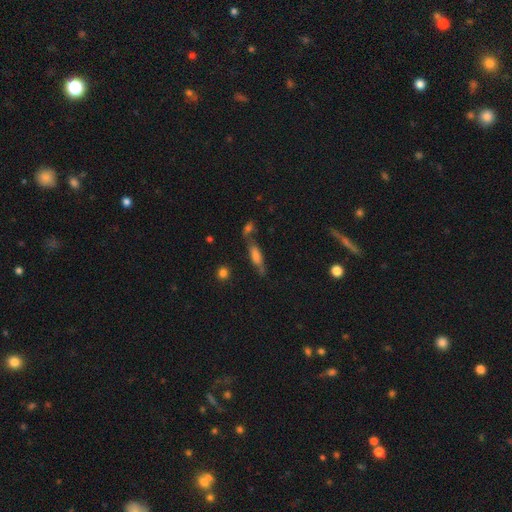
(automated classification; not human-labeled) This appears to be a smooth galaxy with no disk features (61%) that is cigar-shaped (52%). Merging: none (57%).